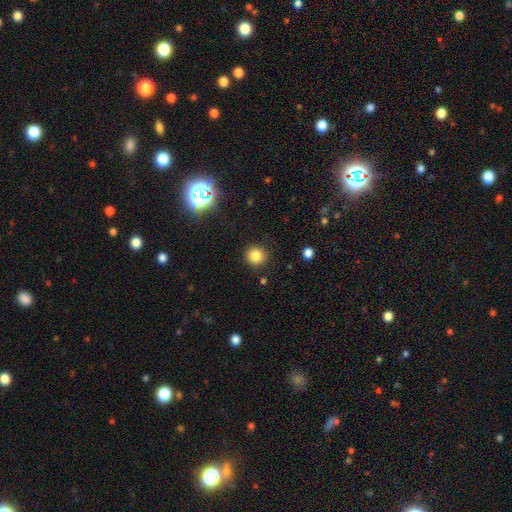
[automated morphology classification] smooth-or-featured: smooth: 83% | star or artifact: 12% | featured or disk: 5%
  how-rounded: round: 93% | in between: 6% | cigar-shaped: 1%
  merging: none: 90% | minor disturbance: 7% | major disturbance: 2% | merger: 1%